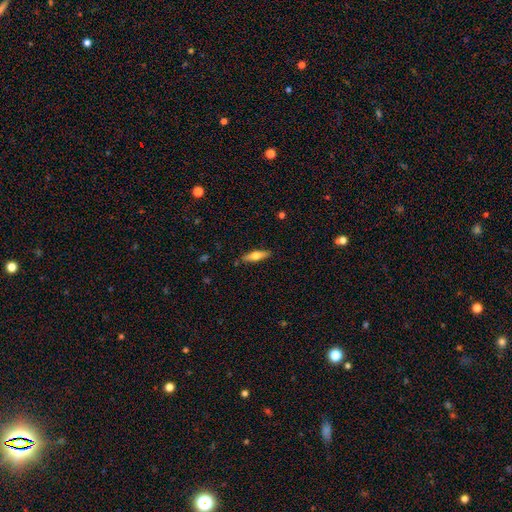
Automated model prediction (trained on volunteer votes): Q: Smooth or featured?
A: smooth (56%); runner-up: featured or disk (38%)
Q: How rounded?
A: cigar-shaped (66%); runner-up: in between (32%)
Q: Merging?
A: none (87%); runner-up: minor disturbance (10%)